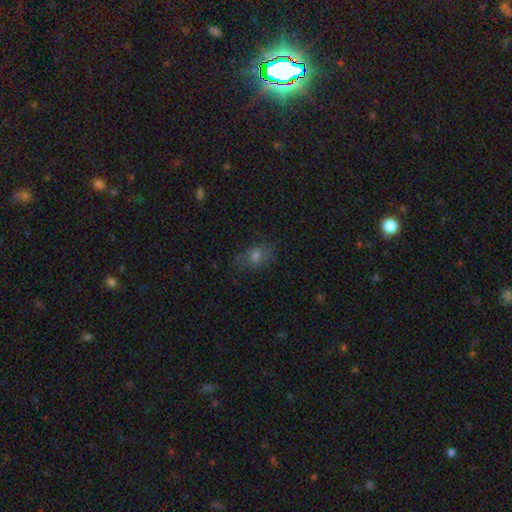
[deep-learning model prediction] A smooth galaxy with no disk features (55%) that is in between round and cigar-shaped (75%). Merging: none (67%).